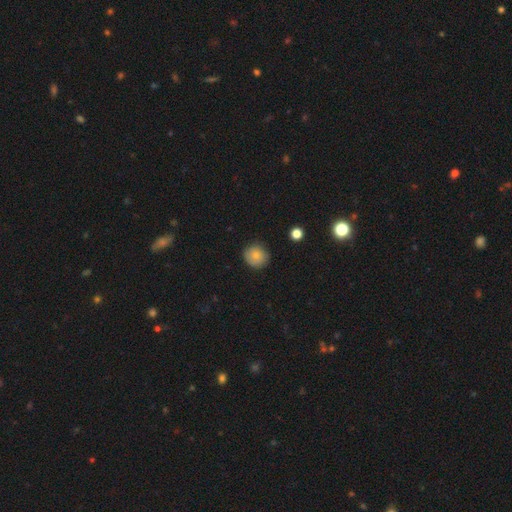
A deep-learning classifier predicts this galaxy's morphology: This appears to be a smooth galaxy with no disk features (81%) that is round (91%). Merging: none (85%).